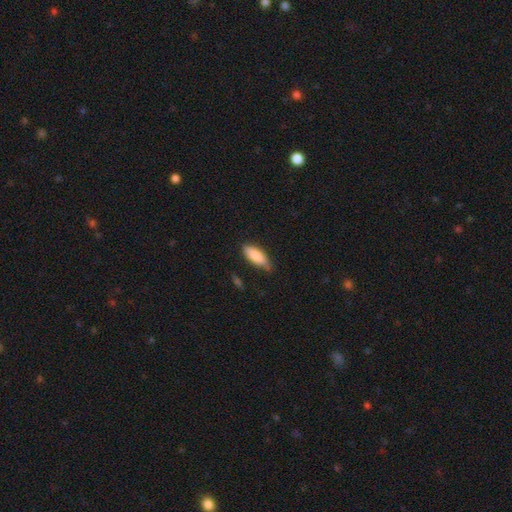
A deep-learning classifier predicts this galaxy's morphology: Overall: smooth (84%). How rounded: in between (72%). Merging: none (68%).